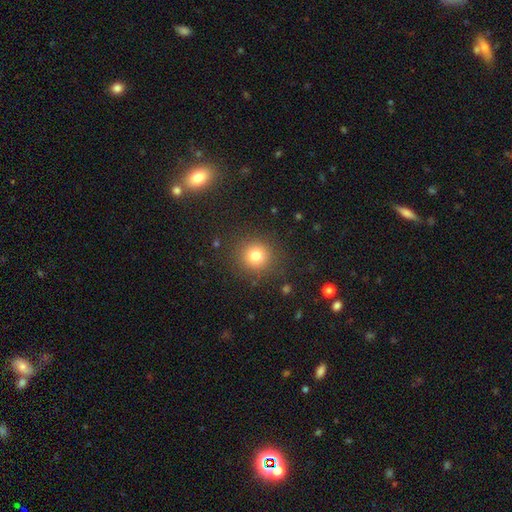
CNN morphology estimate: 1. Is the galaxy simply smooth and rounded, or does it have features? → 79% smooth, 13% star or artifact, 8% featured or disk.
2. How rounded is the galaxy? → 91% round, 8% in between, 1% cigar-shaped.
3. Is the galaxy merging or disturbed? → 87% none, 8% minor disturbance, 4% major disturbance, 2% merger.